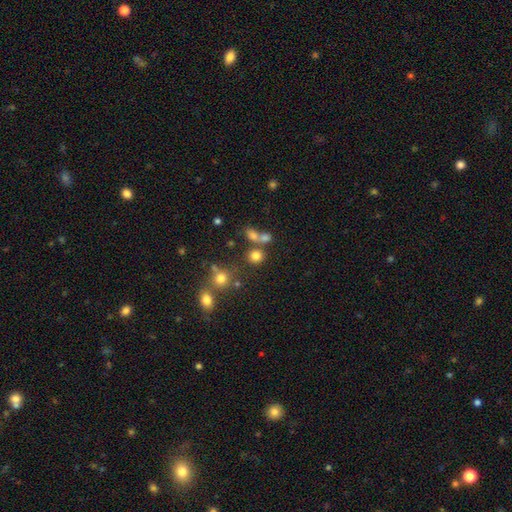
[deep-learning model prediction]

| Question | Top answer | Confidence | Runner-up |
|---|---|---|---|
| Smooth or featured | smooth | 74% | star or artifact (17%) |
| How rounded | round | 78% | in between (20%) |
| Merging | none | 60% | merger (25%) |